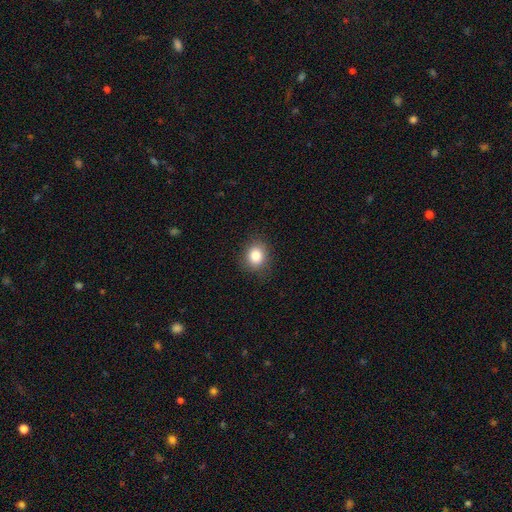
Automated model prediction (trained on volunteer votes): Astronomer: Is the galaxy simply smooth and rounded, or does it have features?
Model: smooth — 83%.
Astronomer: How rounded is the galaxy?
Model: round — 67%.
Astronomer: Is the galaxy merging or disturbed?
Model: none — 86%.